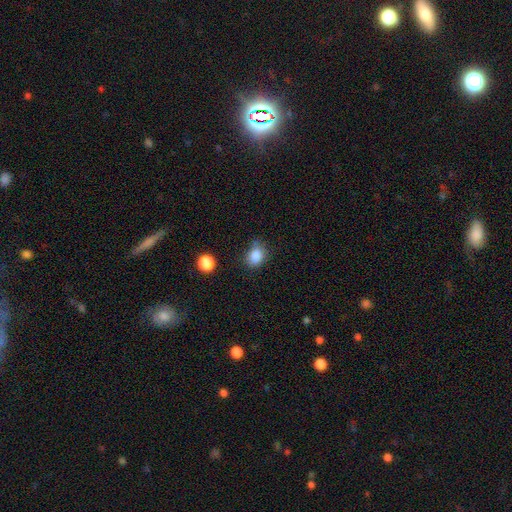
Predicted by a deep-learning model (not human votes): Q: Smooth or featured?
A: smooth (85%); runner-up: star or artifact (10%)
Q: How rounded?
A: in between (55%); runner-up: round (44%)
Q: Merging?
A: none (64%); runner-up: minor disturbance (26%)